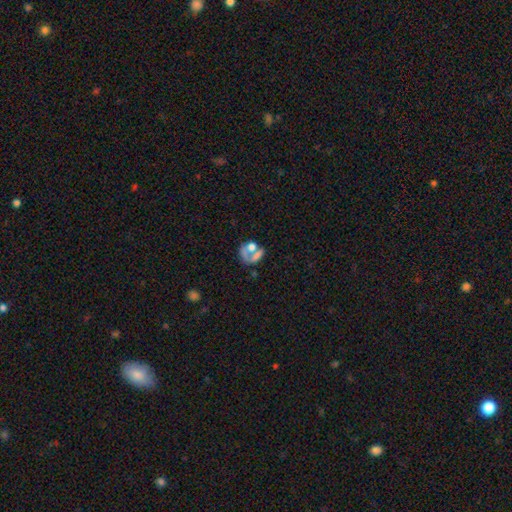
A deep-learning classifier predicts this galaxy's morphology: Smooth or featured?
  - star or artifact: 40% *
  - smooth: 30%
  - featured or disk: 30%